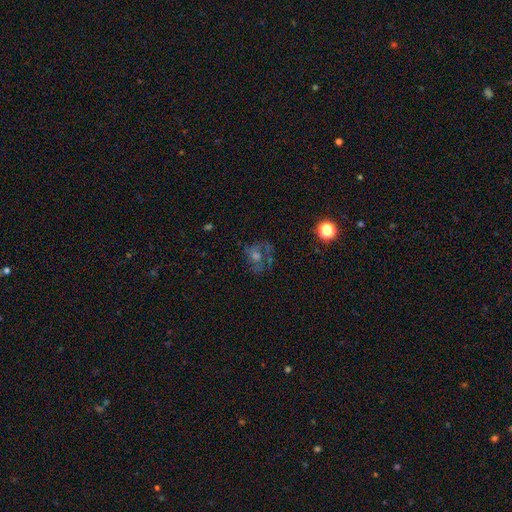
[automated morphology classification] Smooth or featured: featured or disk — 53% (smooth — 24%)
Edge-on disk: no — 97% (yes — 3%)
Bar: no — 78% (weak — 18%)
Spiral arms: yes — 58% (no — 42%)
Bulge size: moderate — 54% (small — 29%)
Merging: none — 55% (major disturbance — 24%)